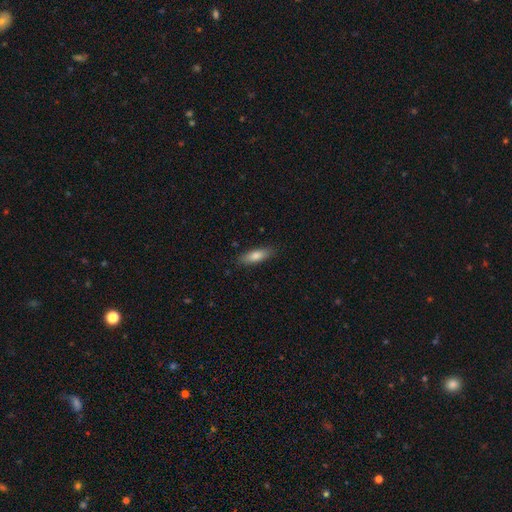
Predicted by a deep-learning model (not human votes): Q: Smooth or featured?
A: smooth (78%); runner-up: featured or disk (15%)
Q: How rounded?
A: in between (54%); runner-up: cigar-shaped (44%)
Q: Merging?
A: none (86%); runner-up: minor disturbance (11%)